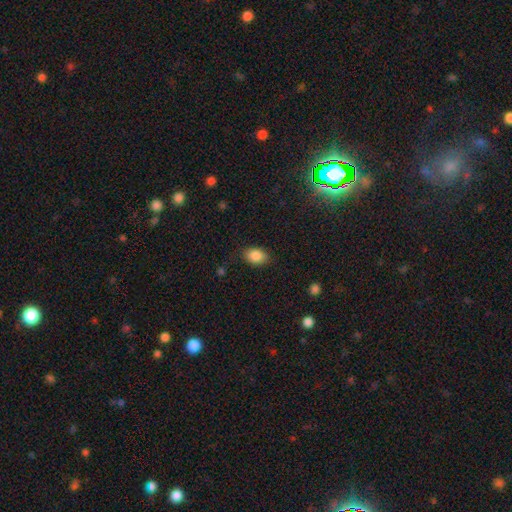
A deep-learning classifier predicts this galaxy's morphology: Smooth or featured? smooth (87%)
How rounded? in between (81%)
Merging? none (82%)